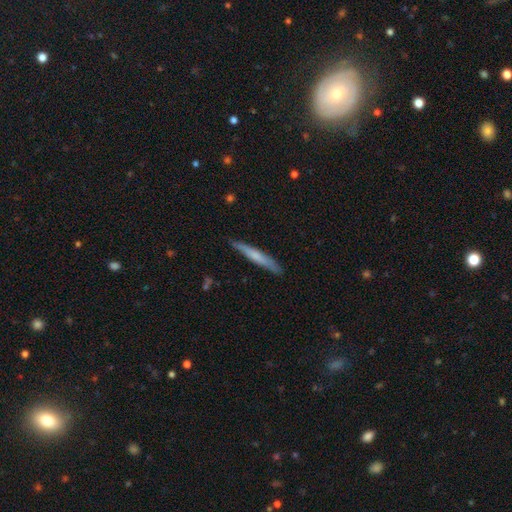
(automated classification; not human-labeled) The model was most divided on "smooth or featured": smooth: 59%, featured or disk: 36%, star or artifact: 5%. More confident: how rounded — cigar-shaped (95%); merging — none (85%).